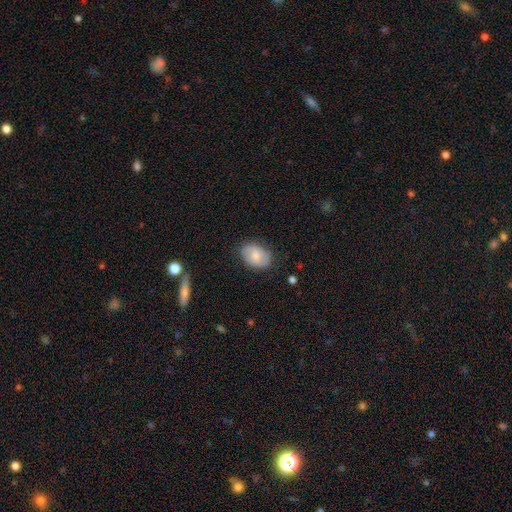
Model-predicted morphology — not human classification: Smooth or featured? smooth (66%)
How rounded? in between (78%)
Merging? none (78%)